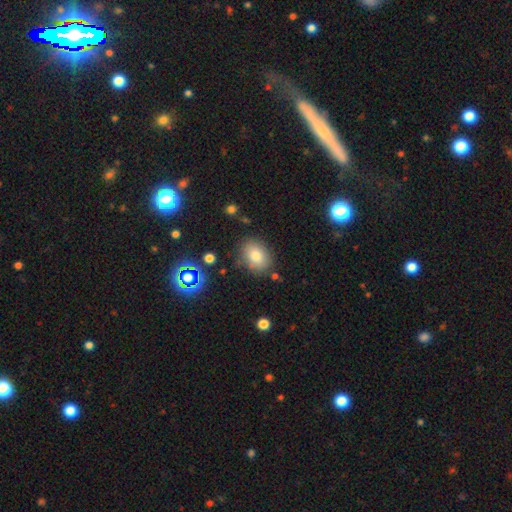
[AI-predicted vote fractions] smooth 78%, star or artifact 12%, featured or disk 10%. Down the decision tree: how rounded — in between (65%); merging — none (79%).